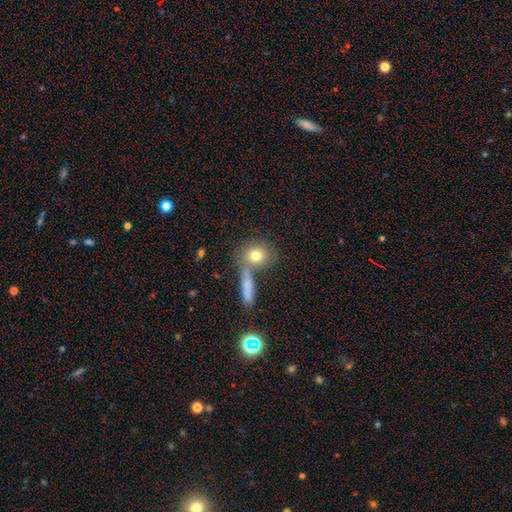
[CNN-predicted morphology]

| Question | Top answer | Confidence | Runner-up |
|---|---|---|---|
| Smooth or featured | smooth | 77% | featured or disk (14%) |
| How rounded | round | 71% | in between (25%) |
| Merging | none | 58% | merger (27%) |